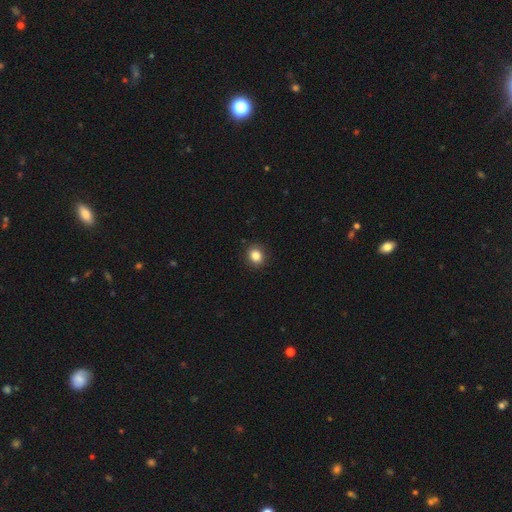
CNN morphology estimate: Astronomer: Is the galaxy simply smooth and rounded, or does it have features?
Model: smooth — 85%.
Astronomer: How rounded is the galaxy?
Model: round — 68%.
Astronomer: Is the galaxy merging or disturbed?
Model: none — 91%.